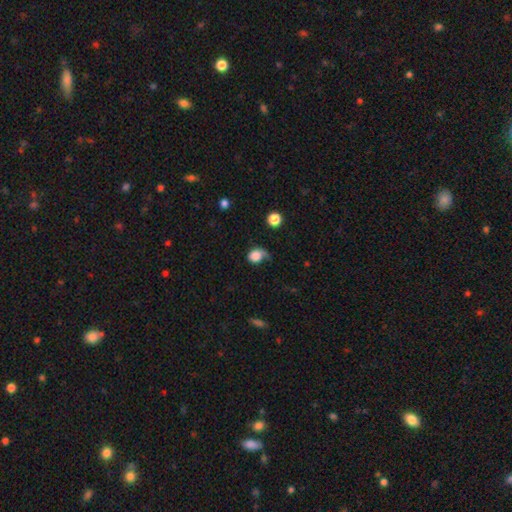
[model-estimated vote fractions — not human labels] Morphology: type=smooth (77%); roundness=round (61%); merging=none (36%).